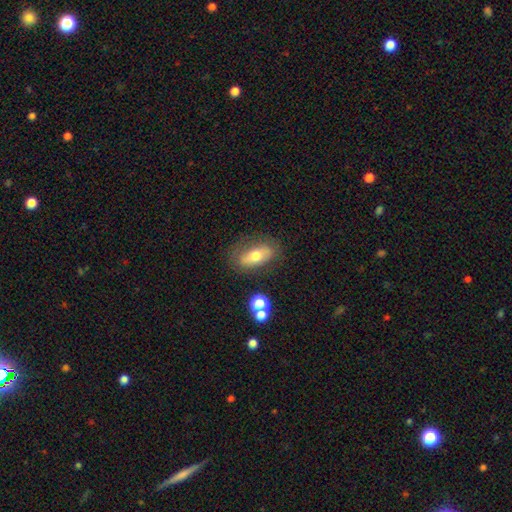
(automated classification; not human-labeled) This appears to be a smooth galaxy with no disk features (59%) that is in between round and cigar-shaped (82%). Merging: none (74%).